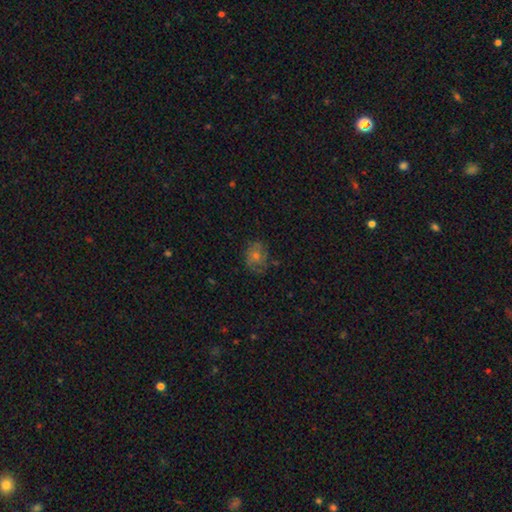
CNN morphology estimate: This is possibly a featured or disk galaxy (51%). It is clearly not viewed edge-on (97%). Merging: likely none (72%).